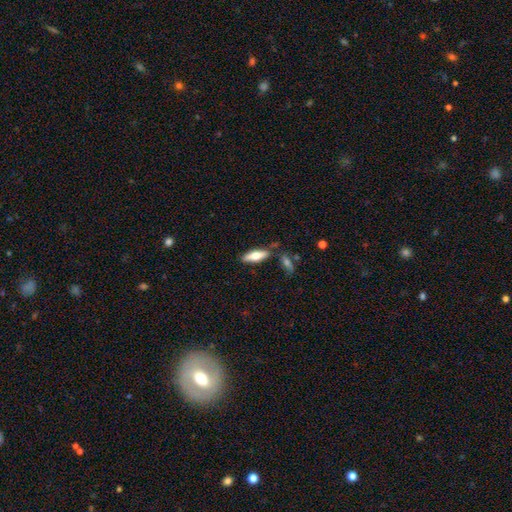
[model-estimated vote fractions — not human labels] This appears to be a smooth galaxy with no disk features (64%) that is in between round and cigar-shaped (50%). Merging: none (76%).